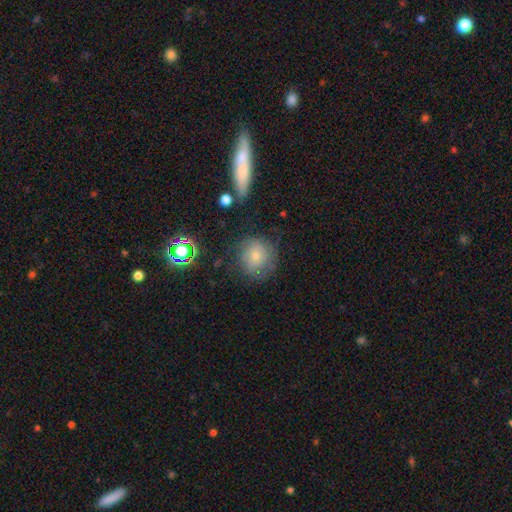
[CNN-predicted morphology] Q: Smooth or featured?
A: smooth (58%); runner-up: featured or disk (30%)
Q: How rounded?
A: round (87%); runner-up: in between (12%)
Q: Merging?
A: none (68%); runner-up: minor disturbance (19%)